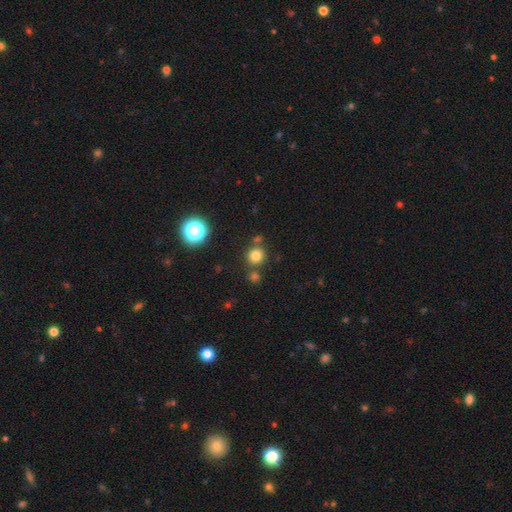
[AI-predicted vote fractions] Overall: smooth (77%). How rounded: round (91%). Merging: none (76%).